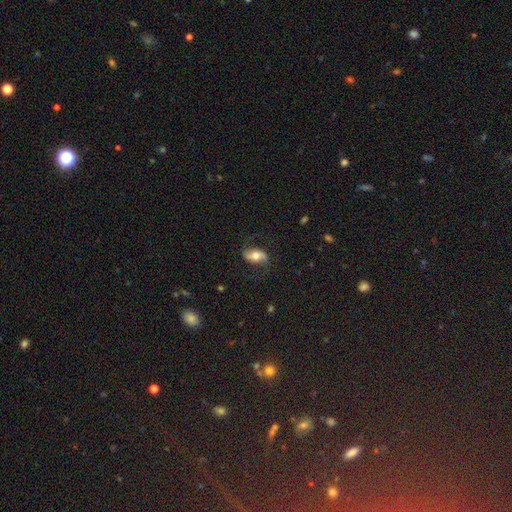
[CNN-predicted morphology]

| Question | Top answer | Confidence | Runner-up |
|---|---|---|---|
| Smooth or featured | featured or disk | 57% | smooth (35%) |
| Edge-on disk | no | 90% | yes (10%) |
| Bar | no | 41% | strong (31%) |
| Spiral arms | yes | 84% | no (16%) |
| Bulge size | moderate | 63% | large (21%) |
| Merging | none | 72% | minor disturbance (16%) |